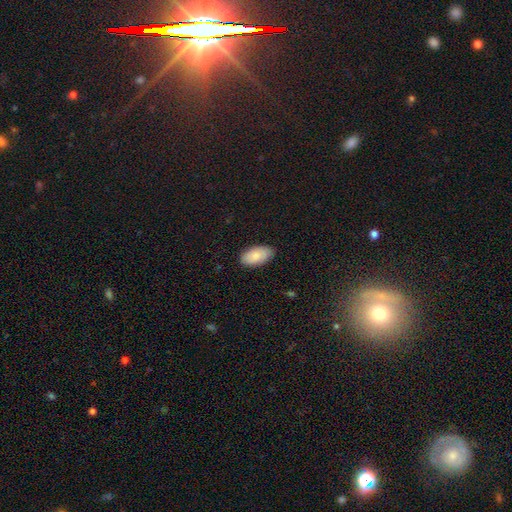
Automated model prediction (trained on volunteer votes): smooth 84%, featured or disk 10%, star or artifact 6%. Down the decision tree: how rounded — in between (95%); merging — none (83%).